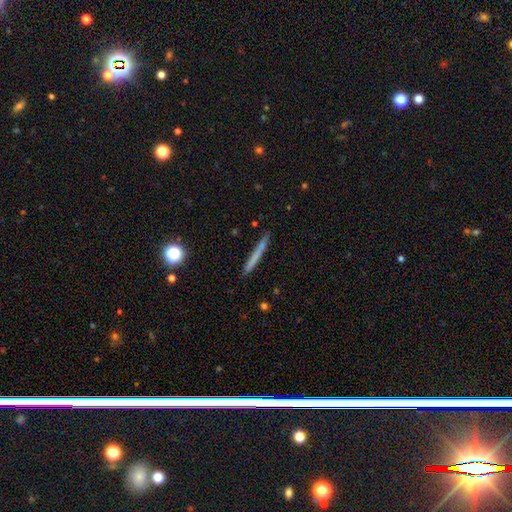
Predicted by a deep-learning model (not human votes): A smooth galaxy with no disk features (61%) that is cigar-shaped (96%). Merging: none (89%).